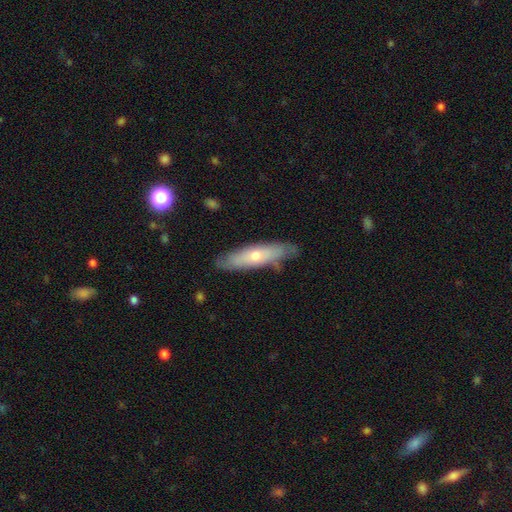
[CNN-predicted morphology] This is possibly a smooth galaxy (49%). Merging: likely none (79%).